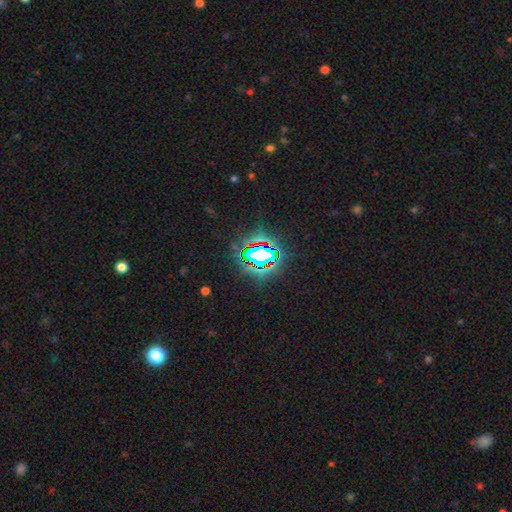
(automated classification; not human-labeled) The model was most divided on "smooth or featured": star or artifact: 80%, smooth: 12%, featured or disk: 7%.